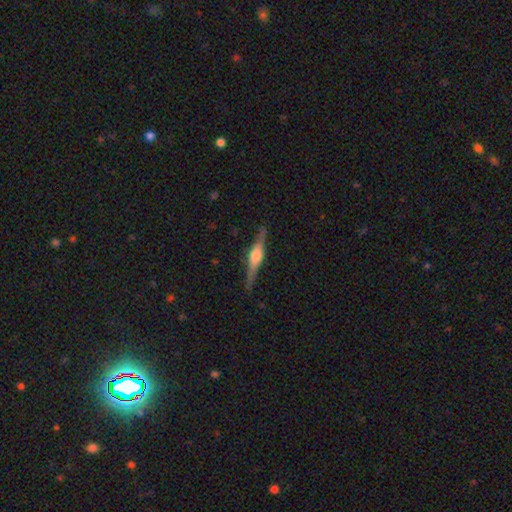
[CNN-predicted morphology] Q: Smooth or featured?
A: featured or disk (80%); runner-up: smooth (14%)
Q: Edge-on disk?
A: yes (98%); runner-up: no (2%)
Q: Edge-on bulge?
A: rounded (84%); runner-up: boxy (13%)
Q: Merging?
A: none (88%); runner-up: minor disturbance (9%)